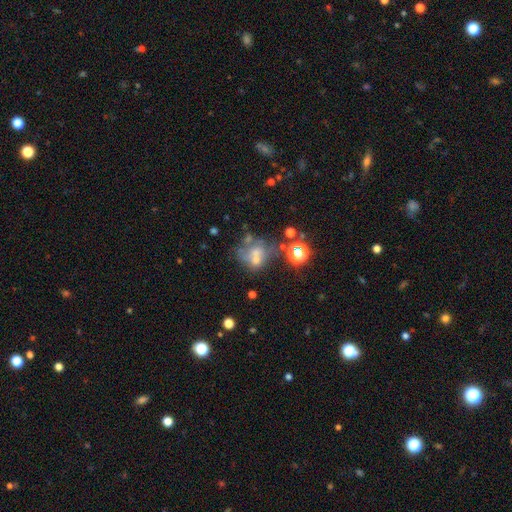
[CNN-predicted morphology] type=smooth (49%); merging=merger (39%).